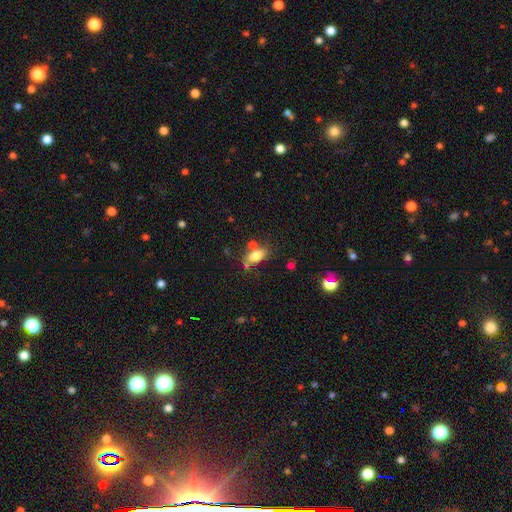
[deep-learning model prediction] Smooth or featured? Predicted: smooth (p=0.76). How rounded? Predicted: in between (p=0.84). Merging? Predicted: none (p=0.54).